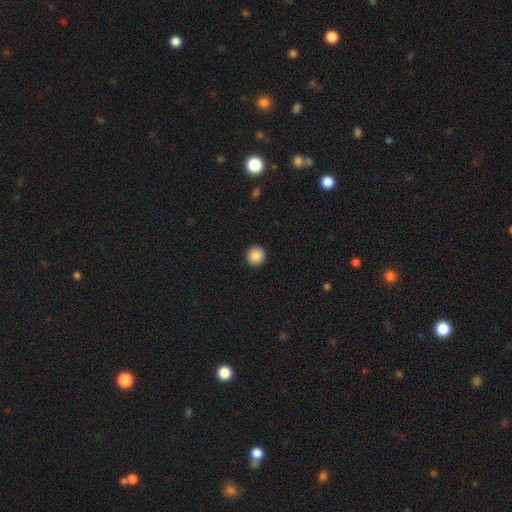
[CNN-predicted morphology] smooth_or_featured: smooth (p=0.88) [alt: star or artifact p=0.09]
how_rounded: round (p=0.95) [alt: in between p=0.04]
merging: none (p=0.93) [alt: minor disturbance p=0.05]